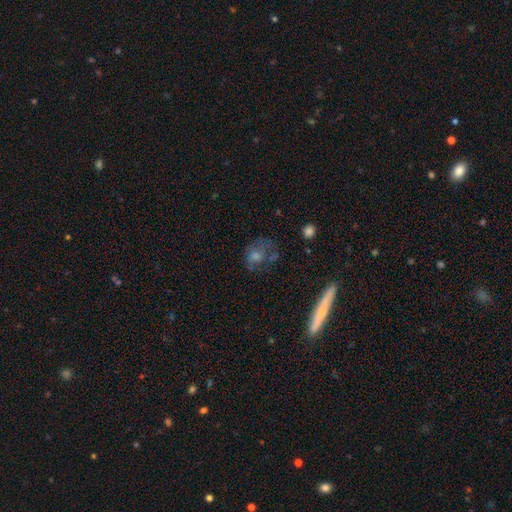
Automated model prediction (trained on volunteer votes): Q: Smooth or featured?
A: featured or disk (44%); runner-up: smooth (42%)
Q: Merging?
A: none (54%); runner-up: minor disturbance (22%)